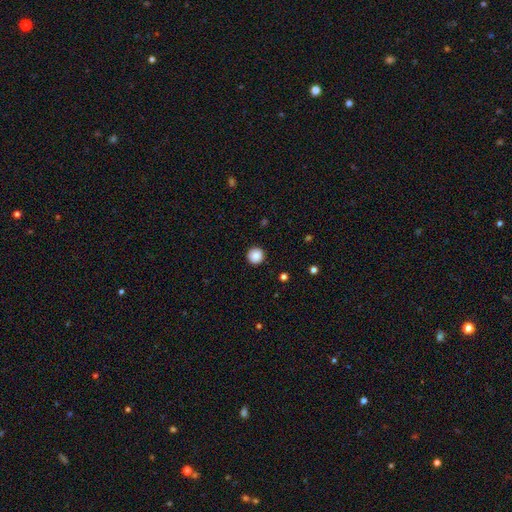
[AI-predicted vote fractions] This appears to be a smooth galaxy with no disk features (88%) that is round (96%). Merging: none (93%).